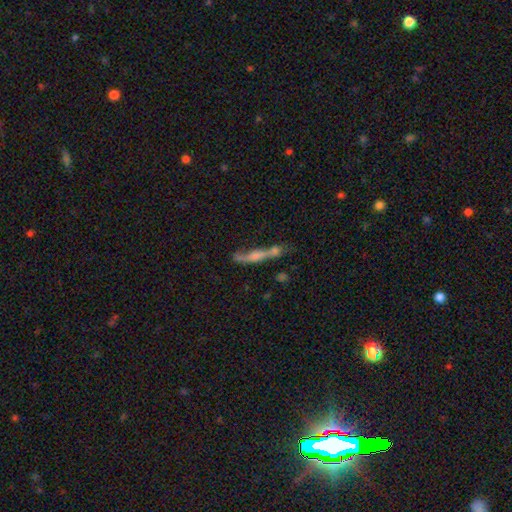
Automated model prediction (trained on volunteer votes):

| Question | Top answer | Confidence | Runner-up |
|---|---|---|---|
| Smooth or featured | featured or disk | 46% | smooth (44%) |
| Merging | merger | 42% | none (31%) |